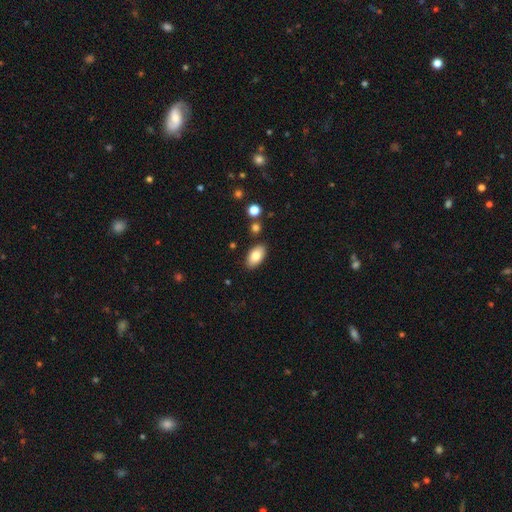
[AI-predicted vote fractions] Smooth or featured? smooth (82%)
How rounded? in between (93%)
Merging? none (86%)